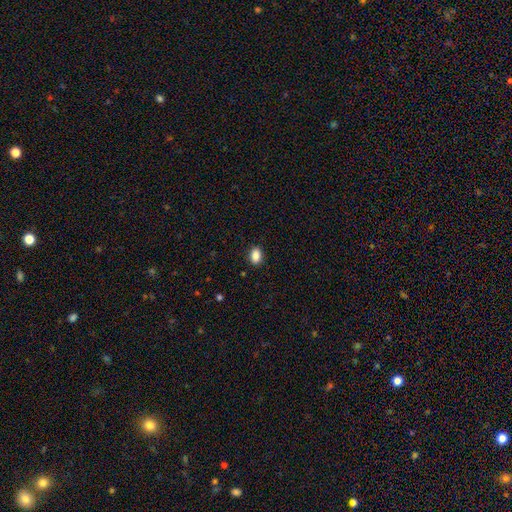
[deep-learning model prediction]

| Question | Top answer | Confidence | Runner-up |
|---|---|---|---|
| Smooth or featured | smooth | 88% | star or artifact (9%) |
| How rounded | in between | 82% | round (16%) |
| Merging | none | 90% | minor disturbance (8%) |